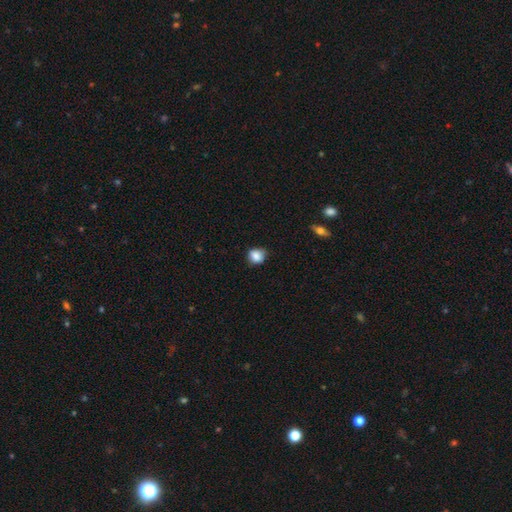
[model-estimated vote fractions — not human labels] Smooth or featured? smooth (84%)
How rounded? round (73%)
Merging? none (66%)